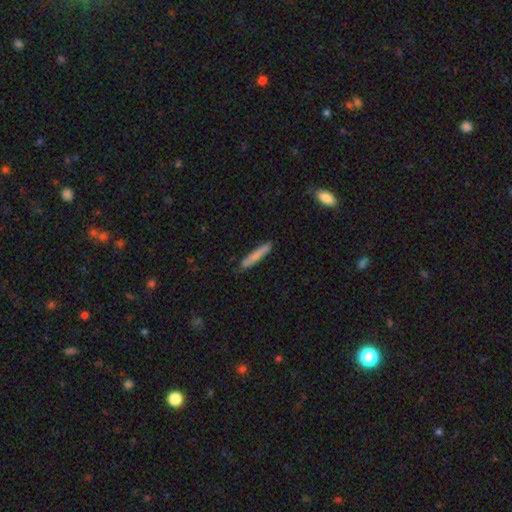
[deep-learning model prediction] Morphology: type=smooth (76%); roundness=cigar-shaped (93%); merging=none (85%).